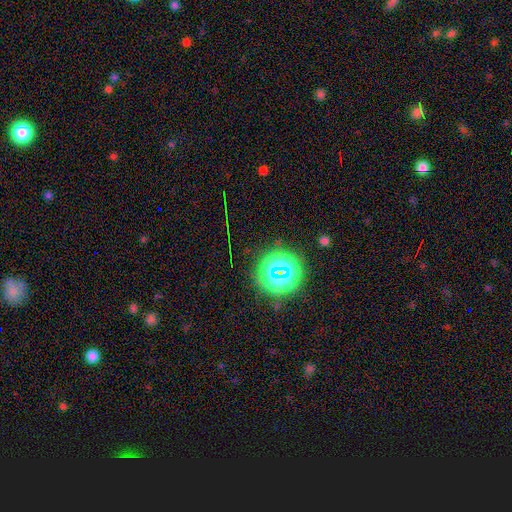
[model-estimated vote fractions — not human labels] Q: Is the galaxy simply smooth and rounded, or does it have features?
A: star or artifact — 72%.